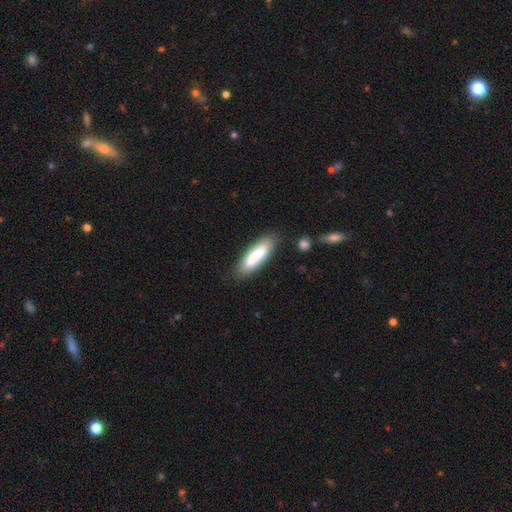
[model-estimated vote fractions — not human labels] The model was most divided on "how rounded": cigar-shaped: 59%, in between: 39%, round: 2%. More confident: merging — none (77%); smooth or featured — smooth (74%).